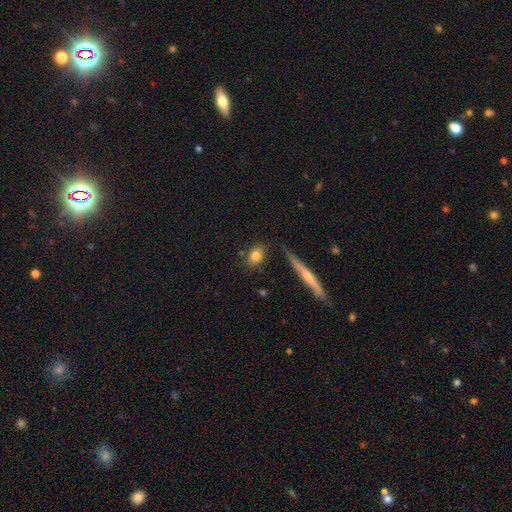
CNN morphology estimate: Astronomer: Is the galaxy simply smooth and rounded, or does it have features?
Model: smooth — 80%.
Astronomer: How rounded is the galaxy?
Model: in between — 58% (runner-up: round, 34%).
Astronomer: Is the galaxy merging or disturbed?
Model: none — 76%.